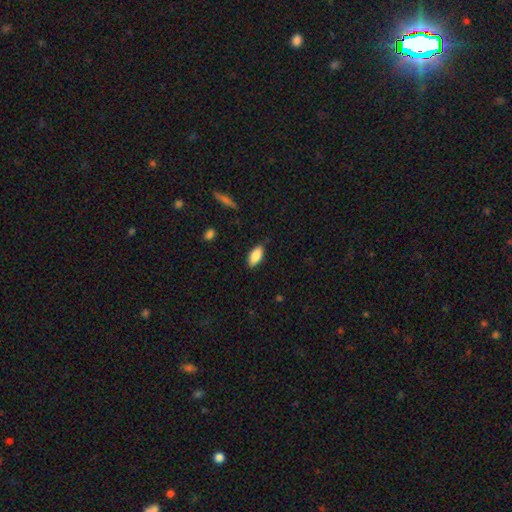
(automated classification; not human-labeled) smooth-or-featured: smooth: 86% | featured or disk: 8% | star or artifact: 7%
  how-rounded: in between: 87% | cigar-shaped: 11% | round: 2%
  merging: none: 84% | minor disturbance: 13% | major disturbance: 2% | merger: 1%